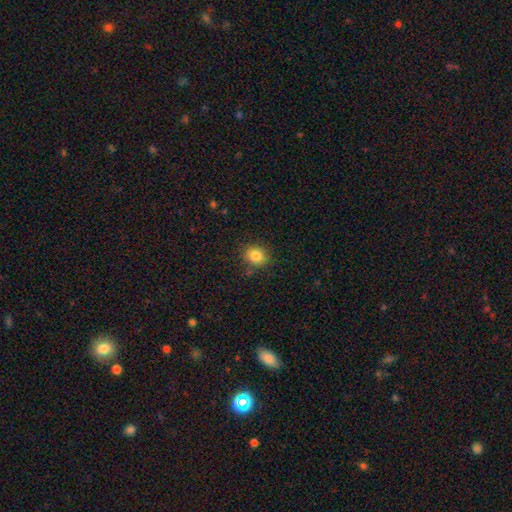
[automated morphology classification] Smooth or featured?
  - smooth: 83% *
  - star or artifact: 11%
  - featured or disk: 6%
How rounded?
  - round: 74% *
  - in between: 26%
  - cigar-shaped: 1%
Merging?
  - none: 84% *
  - minor disturbance: 10%
  - major disturbance: 3%
  - merger: 2%